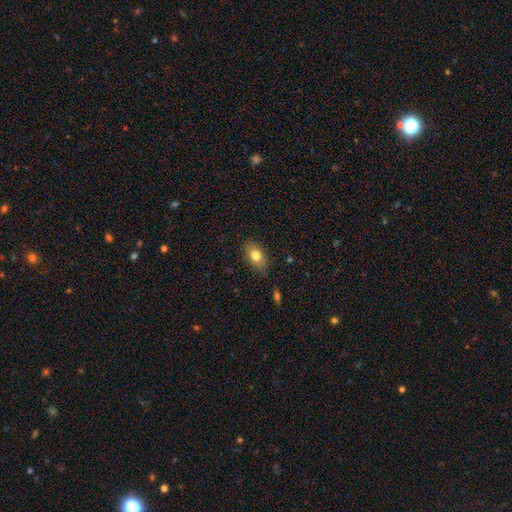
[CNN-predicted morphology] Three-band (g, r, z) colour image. It shows a smooth galaxy with no disk features (78%) that is in between round and cigar-shaped (84%). Merging: none (80%).